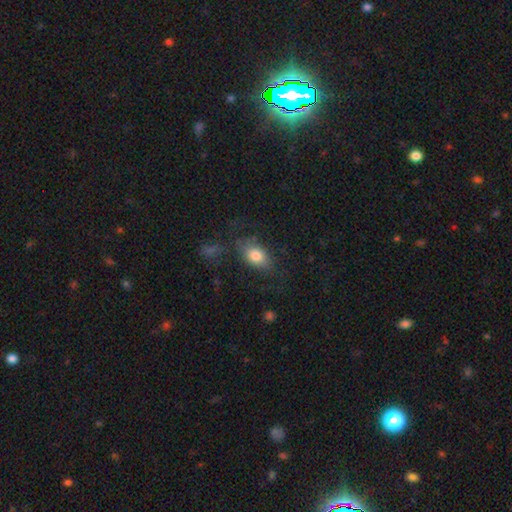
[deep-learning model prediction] This appears to be a smooth galaxy with no disk features (76%) that is in between round and cigar-shaped (84%). Merging: none (60%).